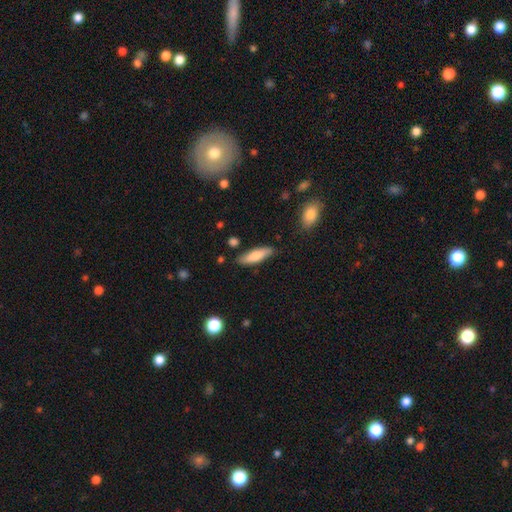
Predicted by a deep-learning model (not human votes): smooth_or_featured: smooth (p=0.74) [alt: featured or disk p=0.20]
how_rounded: cigar-shaped (p=0.56) [alt: in between p=0.42]
merging: none (p=0.83) [alt: minor disturbance p=0.13]